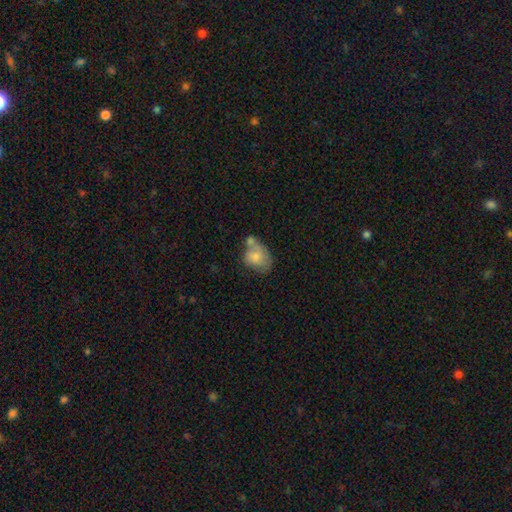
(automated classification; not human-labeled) Morphology: type=smooth (71%); roundness=in between (66%); merging=merger (41%).